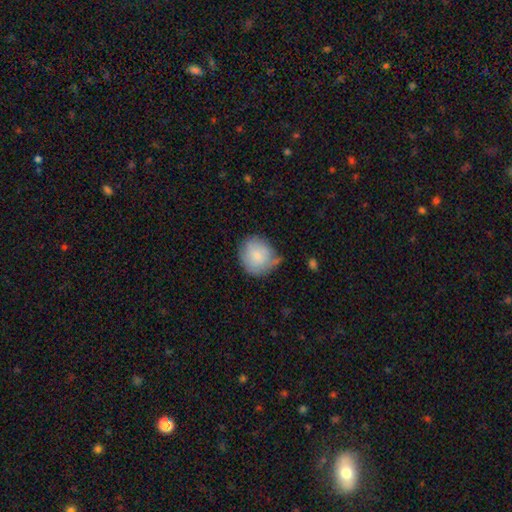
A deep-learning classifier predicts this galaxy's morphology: A smooth galaxy with no disk features (79%) that is round (80%). Merging: none (57%).